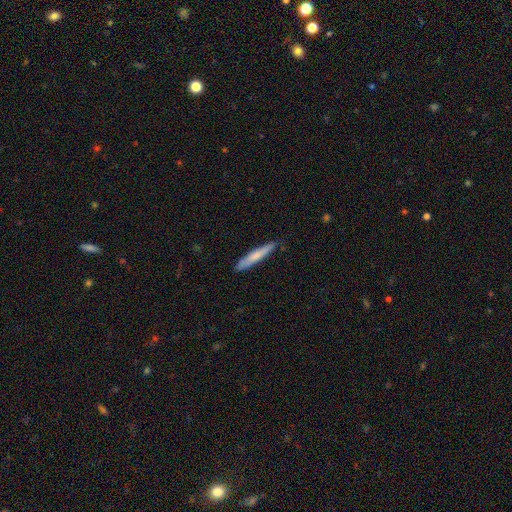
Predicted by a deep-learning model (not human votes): Smooth or featured?
  - smooth: 68% *
  - featured or disk: 27%
  - star or artifact: 5%
How rounded?
  - cigar-shaped: 94% *
  - in between: 5%
  - round: 1%
Merging?
  - none: 86% *
  - minor disturbance: 11%
  - major disturbance: 2%
  - merger: 1%